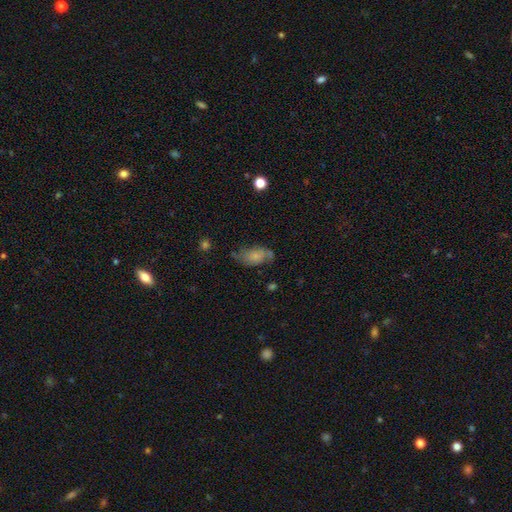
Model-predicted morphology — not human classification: The model was most divided on "merging": none: 53%, minor disturbance: 29%, major disturbance: 13%, merger: 4%. More confident: how rounded — in between (90%); smooth or featured — smooth (58%).